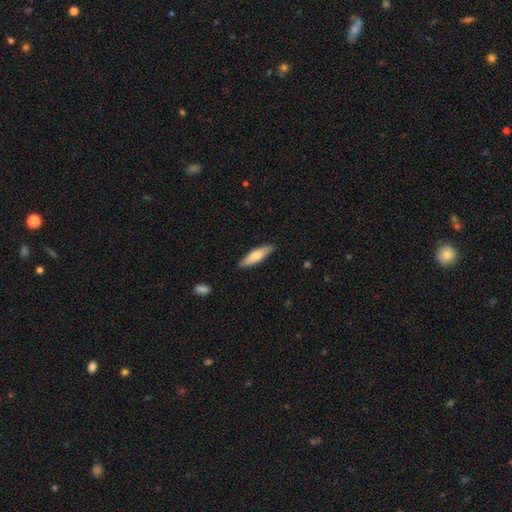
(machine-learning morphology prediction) Smooth or featured: smooth — 70% (featured or disk — 24%)
How rounded: cigar-shaped — 68% (in between — 31%)
Merging: none — 87% (minor disturbance — 10%)